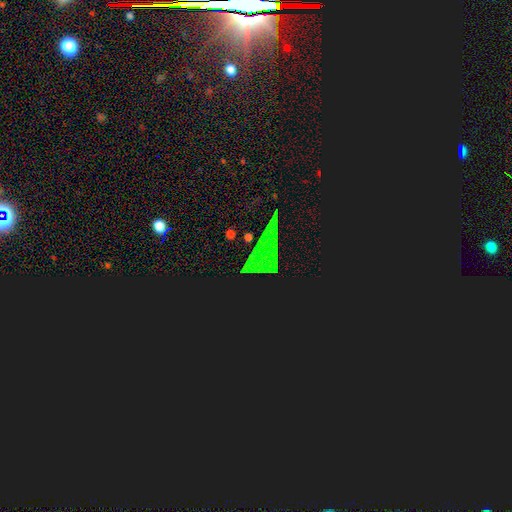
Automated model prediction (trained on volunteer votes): The model was most divided on "smooth or featured": star or artifact: 79%, smooth: 12%, featured or disk: 9%.